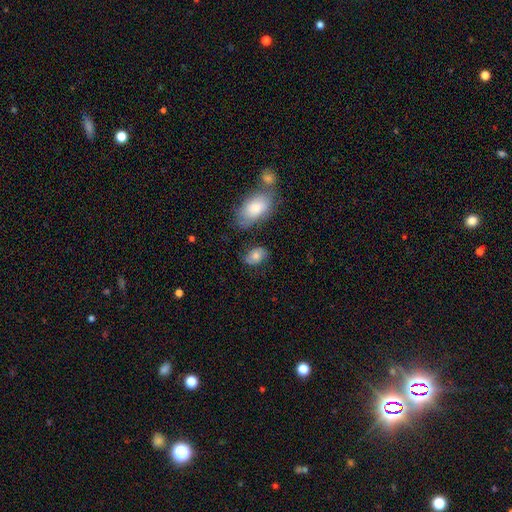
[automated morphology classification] This is likely a smooth galaxy (71%). How rounded: clearly in between (83%). Merging: likely none (67%).